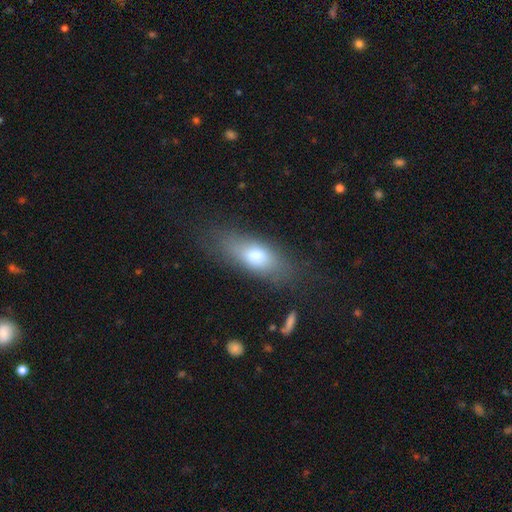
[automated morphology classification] This appears to be a smooth galaxy with no disk features (70%) that is in between round and cigar-shaped (69%). Merging: none (72%).